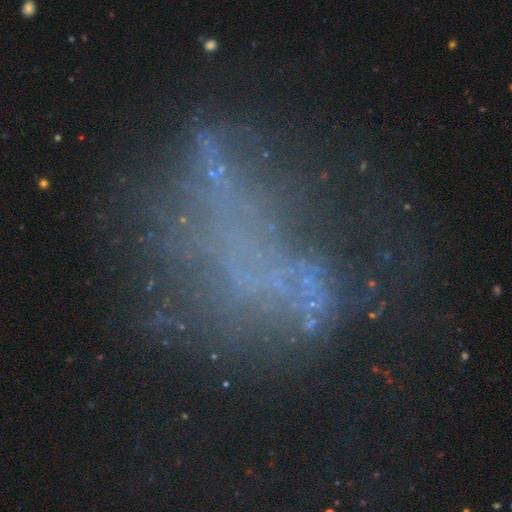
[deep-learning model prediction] Smooth or featured? Predicted: featured or disk (p=0.44). Merging? Predicted: none (p=0.41).